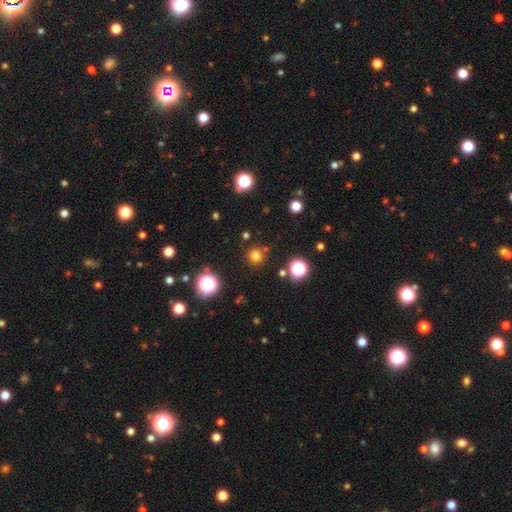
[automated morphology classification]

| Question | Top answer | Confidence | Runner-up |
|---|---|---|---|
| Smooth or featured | smooth | 75% | star or artifact (20%) |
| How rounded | round | 95% | in between (4%) |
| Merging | none | 86% | minor disturbance (7%) |